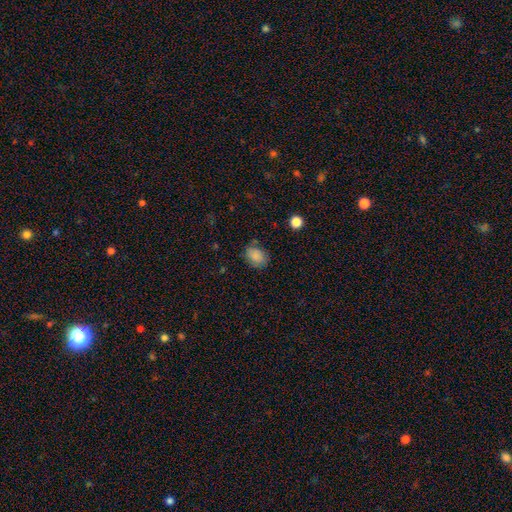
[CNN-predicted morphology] Smooth or featured?
  - smooth: 85% *
  - star or artifact: 9%
  - featured or disk: 6%
How rounded?
  - in between: 64% *
  - round: 35%
  - cigar-shaped: 1%
Merging?
  - none: 72% *
  - minor disturbance: 20%
  - major disturbance: 5%
  - merger: 3%